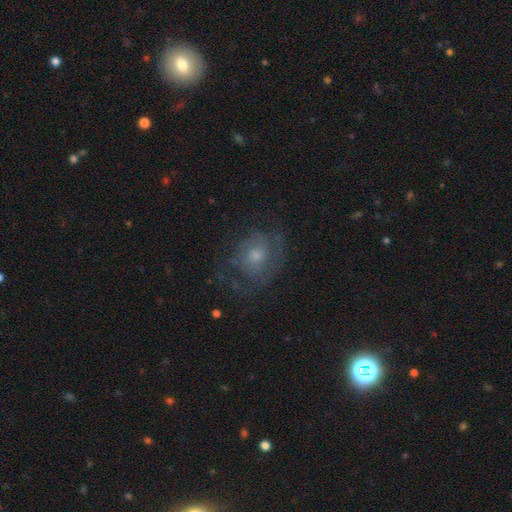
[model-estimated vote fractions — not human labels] Smooth or featured? Predicted: featured or disk (p=0.53). Edge-on disk? Predicted: no (p=0.97). Bar? Predicted: no (p=0.80). Spiral arms? Predicted: yes (p=0.65). Bulge size? Predicted: moderate (p=0.50). Merging? Predicted: none (p=0.56).